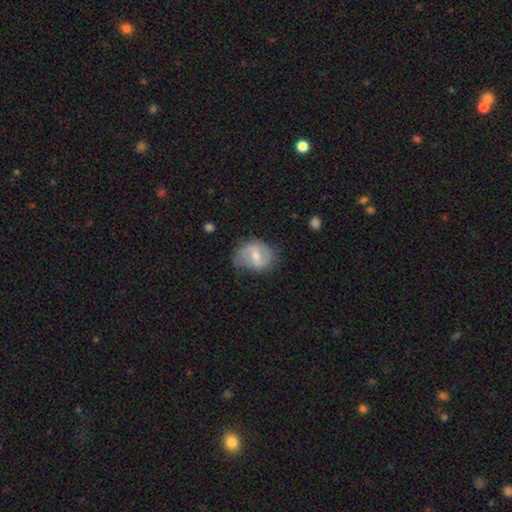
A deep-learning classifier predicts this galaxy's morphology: Q: Smooth or featured?
A: featured or disk (60%); runner-up: smooth (33%)
Q: Edge-on disk?
A: no (97%); runner-up: yes (3%)
Q: Bar?
A: weak (55%); runner-up: strong (23%)
Q: Spiral arms?
A: yes (79%); runner-up: no (21%)
Q: Bulge size?
A: moderate (53%); runner-up: small (41%)
Q: Merging?
A: none (61%); runner-up: minor disturbance (28%)